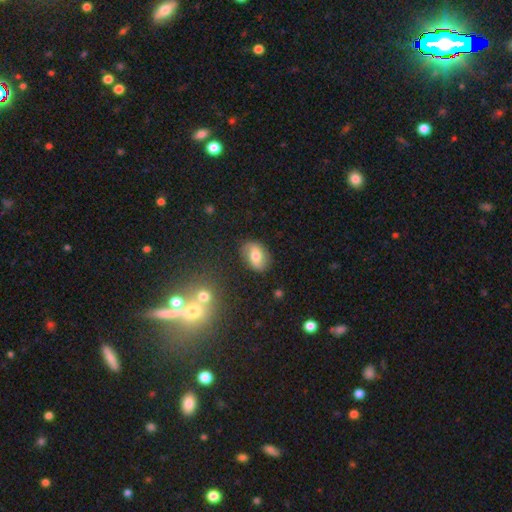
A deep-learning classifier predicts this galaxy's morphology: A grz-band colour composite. It shows a smooth galaxy with no disk features (59%) that is in between round and cigar-shaped (79%). Merging: none (80%).